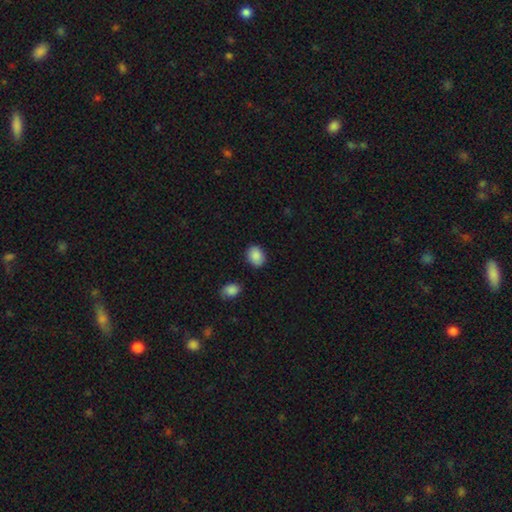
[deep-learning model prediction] smooth_or_featured: smooth (p=0.89) [alt: star or artifact p=0.08]
how_rounded: in between (p=0.59) [alt: round p=0.40]
merging: none (p=0.84) [alt: minor disturbance p=0.11]